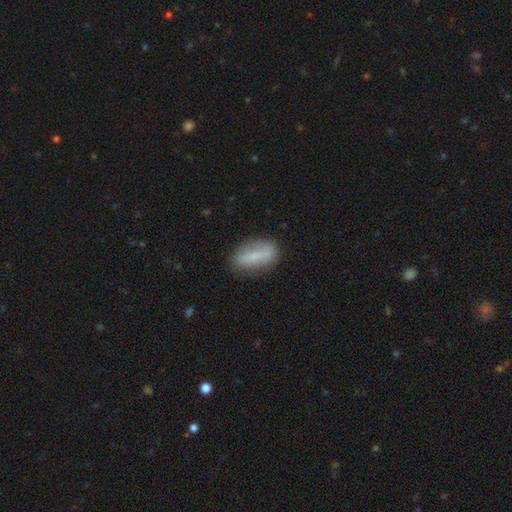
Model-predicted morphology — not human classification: Overall: smooth (67%). How rounded: in between (80%). Merging: none (75%).